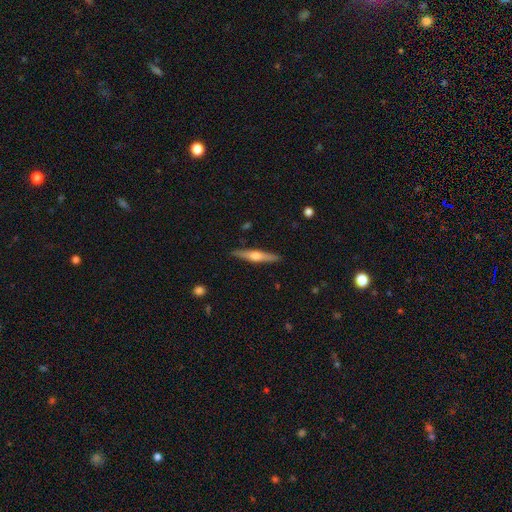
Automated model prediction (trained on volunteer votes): The model was most divided on "smooth or featured": featured or disk: 62%, smooth: 33%, star or artifact: 6%. More confident: edge-on disk — yes (97%); merging — none (90%); edge-on bulge — rounded (88%).